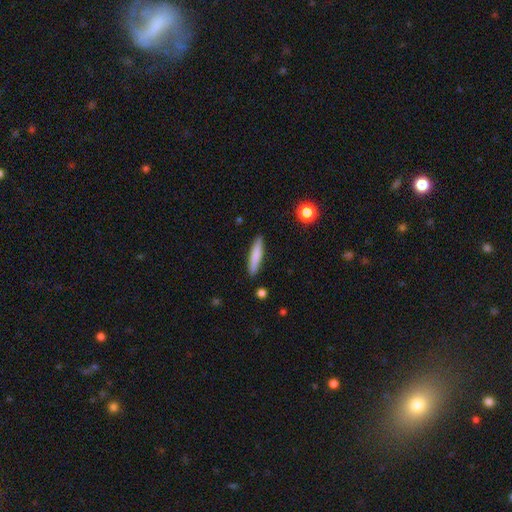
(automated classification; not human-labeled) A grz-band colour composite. It shows a smooth galaxy with no disk features (79%) that is cigar-shaped (86%). Merging: none (88%).